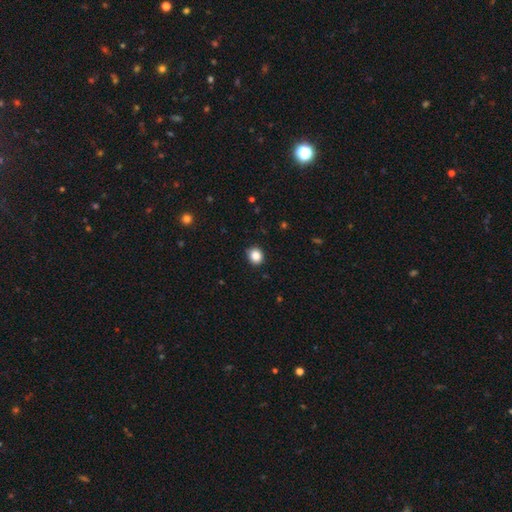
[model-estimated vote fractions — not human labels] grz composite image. It shows a smooth galaxy with no disk features (86%) that is round (74%). Merging: none (88%).